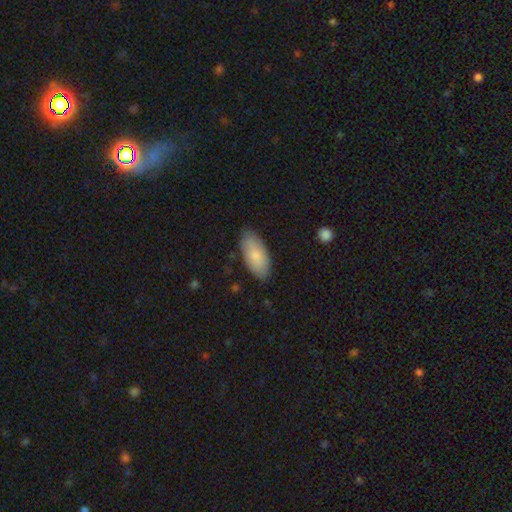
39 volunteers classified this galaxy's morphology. Q: Smooth or featured?
A: smooth (90%); runner-up: featured or disk (5%)
Q: How rounded?
A: in between (97%); runner-up: cigar-shaped (3%)
Q: Merging?
A: none (84%); runner-up: minor disturbance (11%)